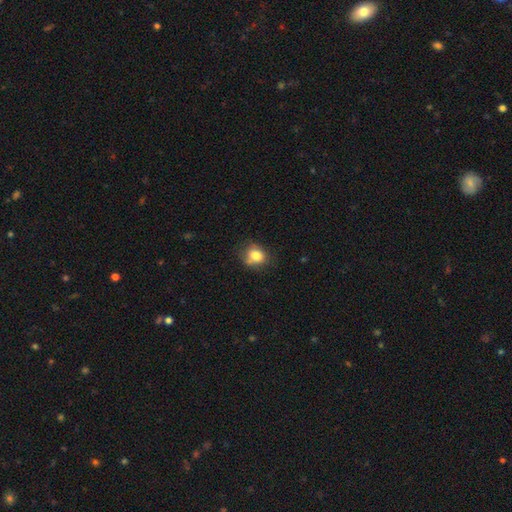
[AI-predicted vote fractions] A smooth galaxy with no disk features (79%) that is round (56%). Merging: none (59%).